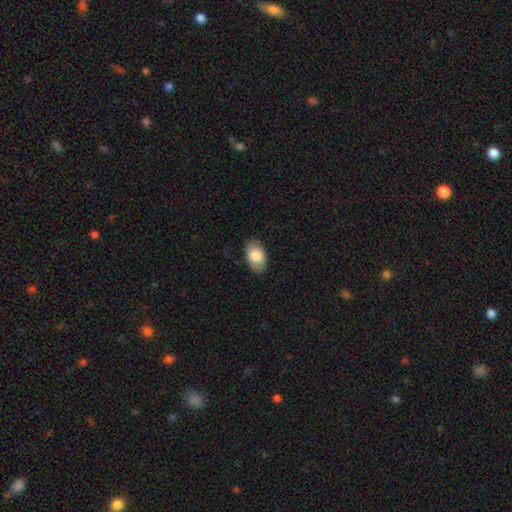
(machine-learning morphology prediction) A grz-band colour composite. It shows a smooth galaxy with no disk features (82%) that is in between round and cigar-shaped (92%). Merging: none (84%).